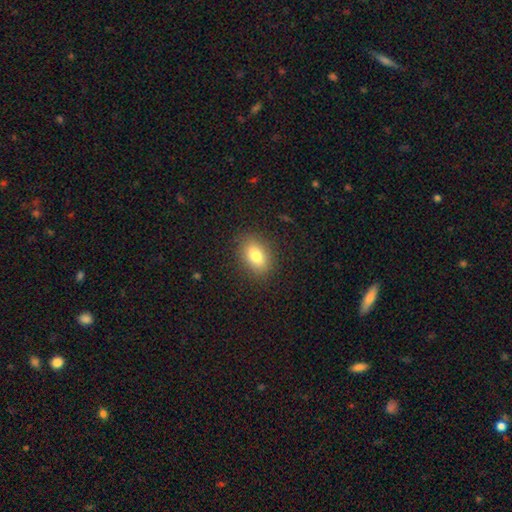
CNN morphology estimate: This is clearly a smooth galaxy (81%). How rounded: clearly in between (84%). Merging: clearly none (87%).